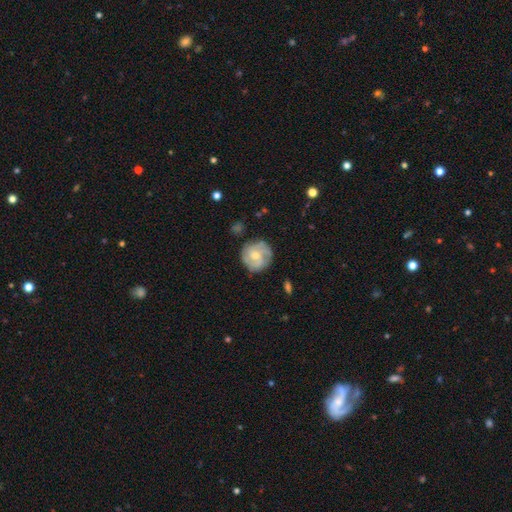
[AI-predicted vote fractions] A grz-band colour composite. It shows a featured or disk galaxy (65%) with no bar (65%), 3 (32%) tight (50%) spiral arms (88%) and a moderate central bulge (51%). Merging: none (77%).